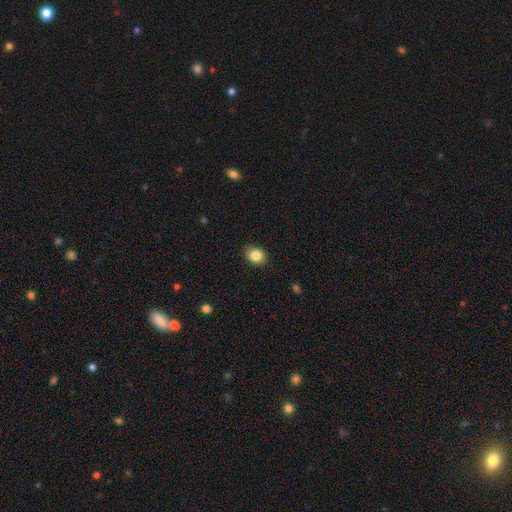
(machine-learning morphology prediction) This is clearly a smooth galaxy (85%). How rounded: likely round (62%). Merging: clearly none (87%).